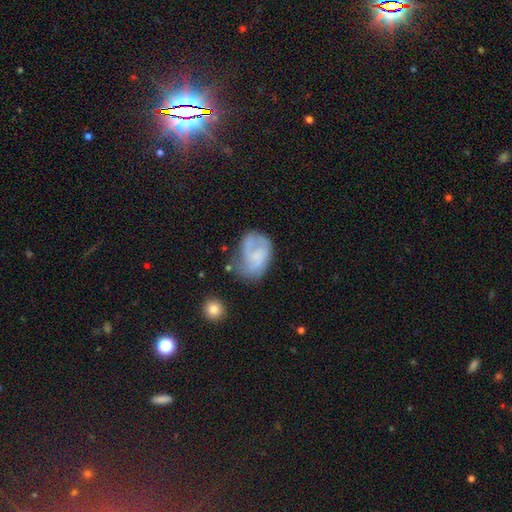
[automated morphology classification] This appears to be a featured or disk galaxy (55%) with no bar (66%), spiral arms (75%) and no central bulge (58%). Merging: none (43%).